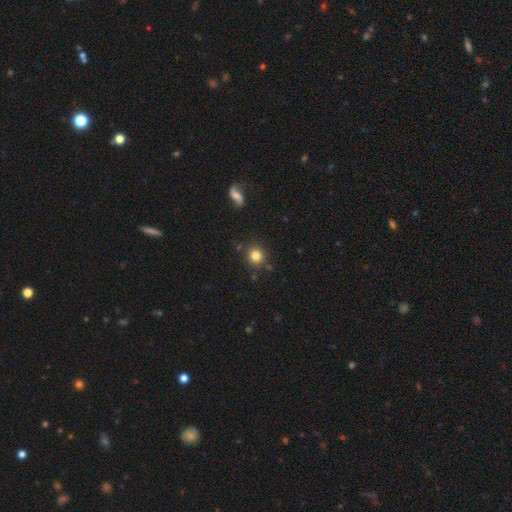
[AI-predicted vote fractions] smooth 82%, star or artifact 11%, featured or disk 7%. Down the decision tree: how rounded — round (91%); merging — none (85%).